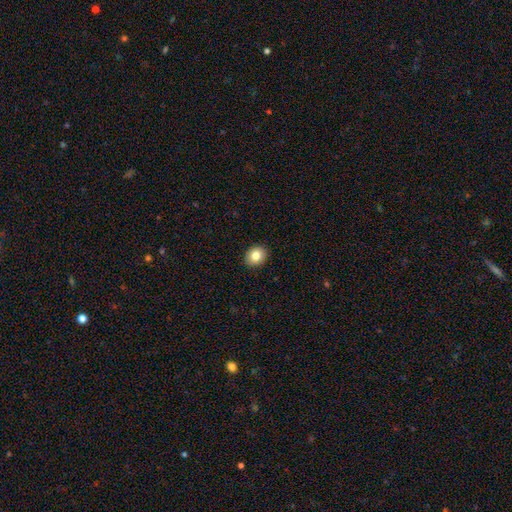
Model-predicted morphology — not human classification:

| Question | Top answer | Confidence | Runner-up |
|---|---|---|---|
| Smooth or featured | smooth | 83% | star or artifact (9%) |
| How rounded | round | 59% | in between (40%) |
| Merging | none | 91% | minor disturbance (6%) |